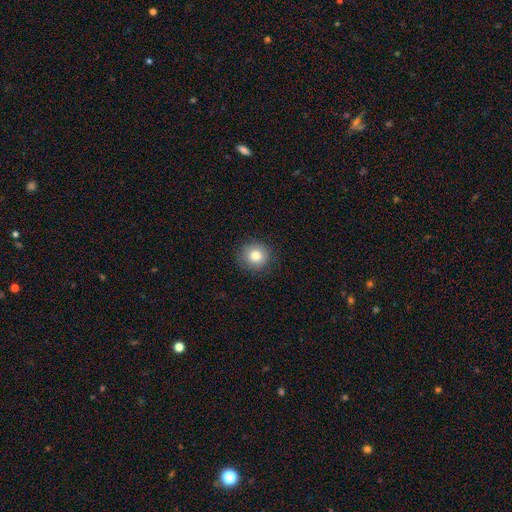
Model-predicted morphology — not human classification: Overall: smooth (82%). How rounded: round (91%). Merging: none (88%).